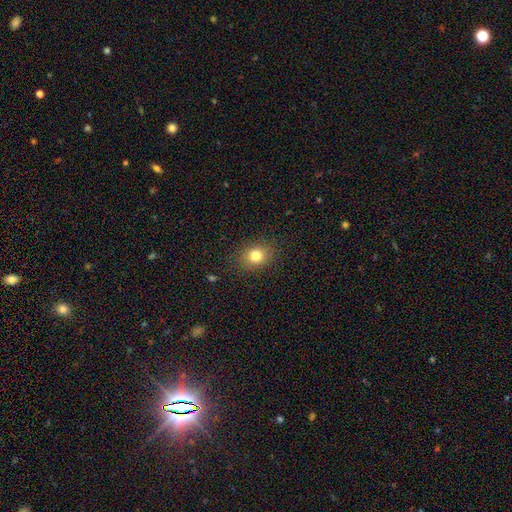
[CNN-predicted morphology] smooth_or_featured: smooth (p=0.79) [alt: star or artifact p=0.12]
how_rounded: round (p=0.62) [alt: in between p=0.37]
merging: none (p=0.86) [alt: minor disturbance p=0.10]